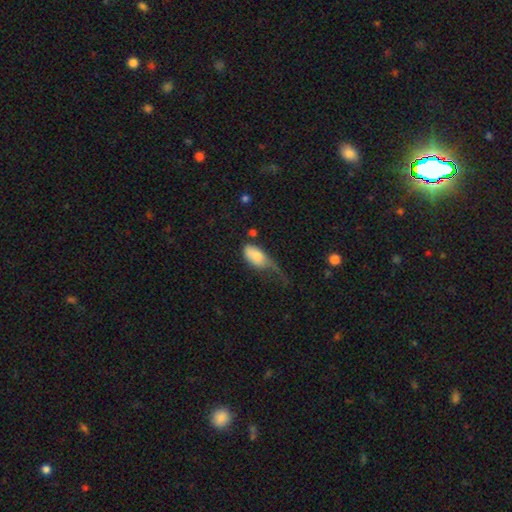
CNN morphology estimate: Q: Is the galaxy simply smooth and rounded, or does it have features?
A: smooth — 76%.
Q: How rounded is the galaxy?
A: in between — 91%.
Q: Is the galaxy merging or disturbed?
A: major disturbance — 51%.